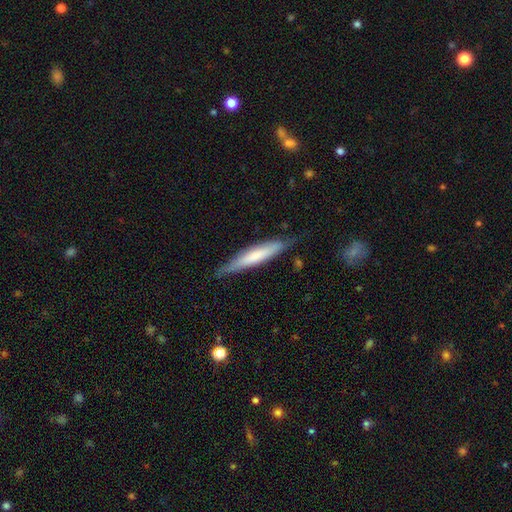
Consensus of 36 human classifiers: A smooth galaxy with no disk features (47%, tied with featured or disk) that is cigar-shaped (88%).

Vote fractions:
- Smooth or featured? smooth: 47% (tied) / featured or disk: 47% (tied) / star or artifact: 6%
- How rounded? cigar-shaped: 88% / in between: 12% / round: 0%
- Merging? none: 74% / minor disturbance: 24% / major disturbance: 3% / merger: 0%